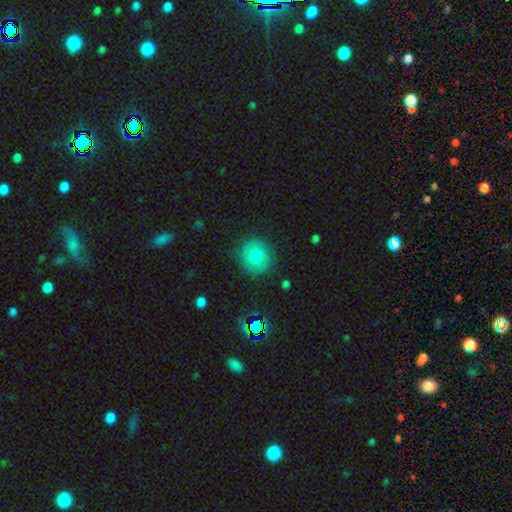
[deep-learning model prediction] This appears to be a smooth galaxy with no disk features (69%) that is round (88%). Merging: none (83%).